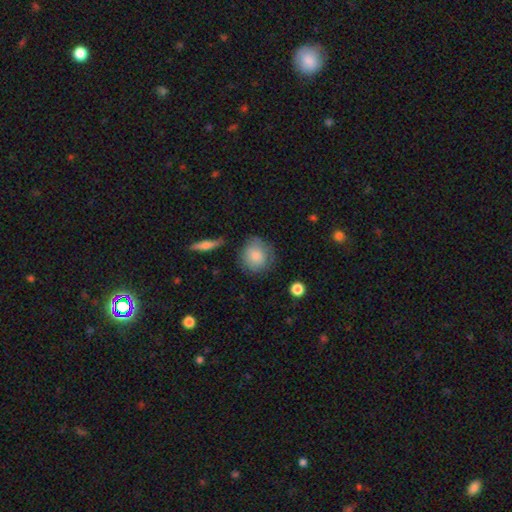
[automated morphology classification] Smooth or featured? Predicted: smooth (p=0.80). How rounded? Predicted: round (p=0.81). Merging? Predicted: none (p=0.71).